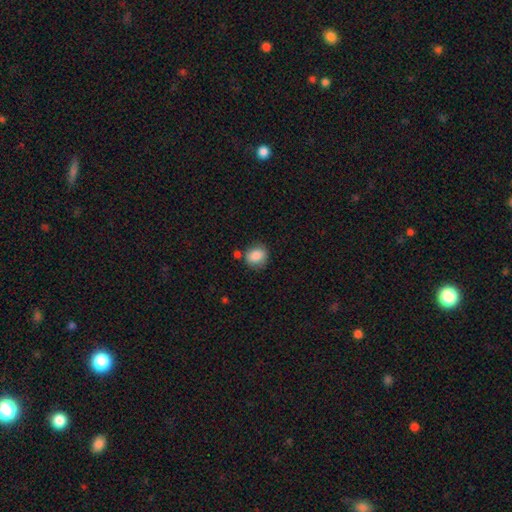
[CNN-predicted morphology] This appears to be a smooth galaxy with no disk features (85%) that is round (64%). Merging: none (73%).